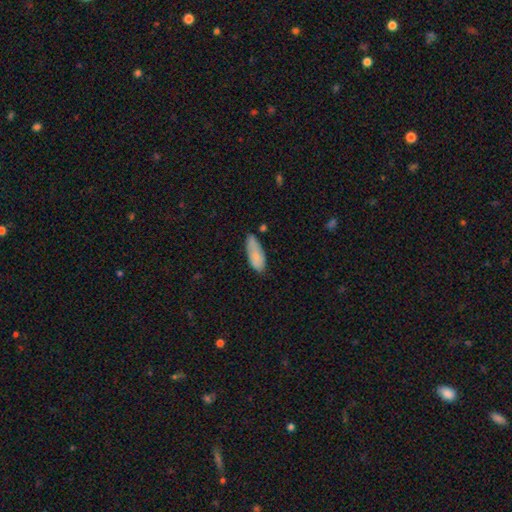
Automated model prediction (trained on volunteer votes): Q: Smooth or featured?
A: smooth (81%); runner-up: featured or disk (13%)
Q: How rounded?
A: in between (75%); runner-up: cigar-shaped (23%)
Q: Merging?
A: none (64%); runner-up: minor disturbance (27%)